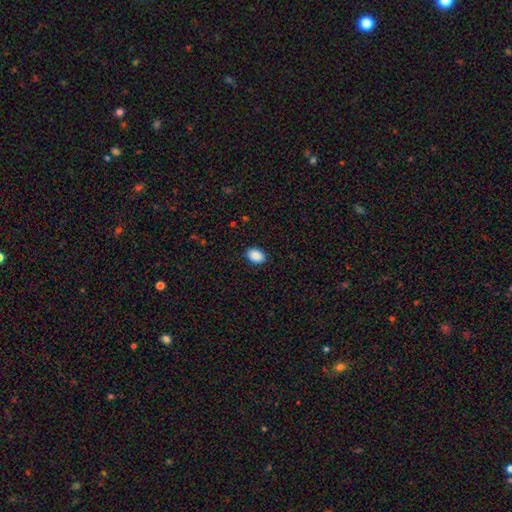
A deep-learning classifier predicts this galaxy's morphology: The model was most divided on "how rounded": in between: 81%, round: 18%, cigar-shaped: 1%. More confident: merging — none (89%); smooth or featured — smooth (87%).